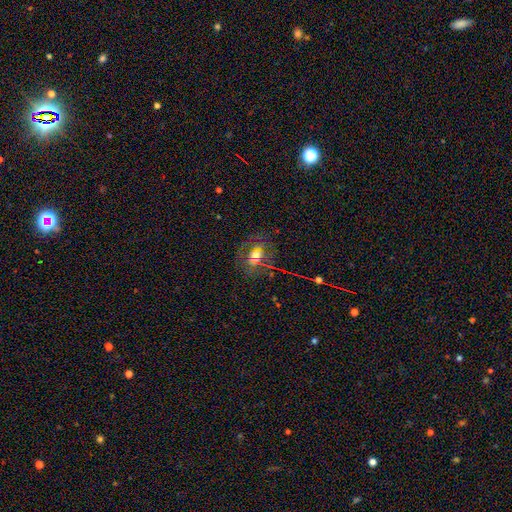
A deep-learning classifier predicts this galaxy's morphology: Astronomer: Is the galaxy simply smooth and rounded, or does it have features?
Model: smooth — 43% (runner-up: featured or disk, 32%).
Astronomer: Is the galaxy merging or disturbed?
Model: none — 71%.